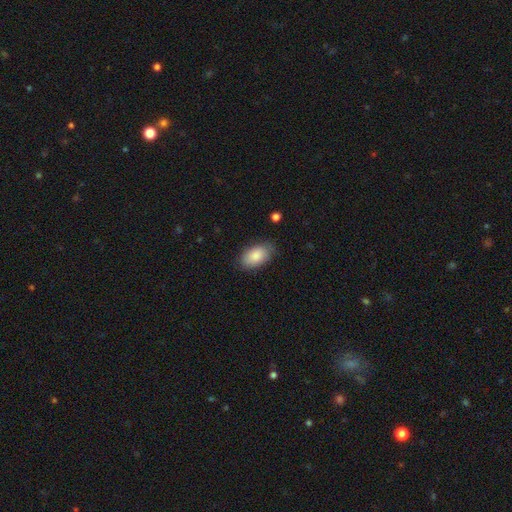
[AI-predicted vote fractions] smooth_or_featured: smooth (p=0.86) [alt: featured or disk p=0.08]
how_rounded: in between (p=0.93) [alt: round p=0.05]
merging: none (p=0.80) [alt: minor disturbance p=0.15]